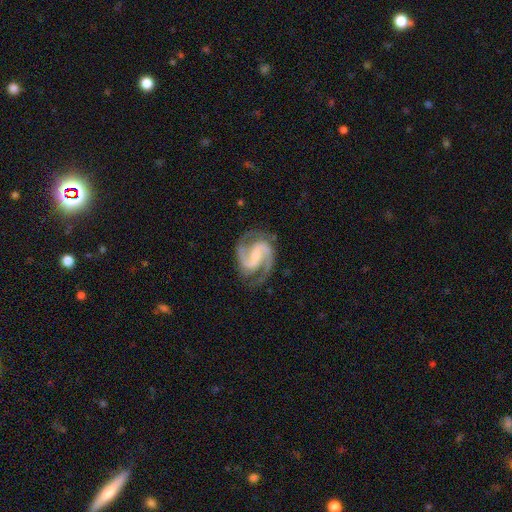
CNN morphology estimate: A featured or disk galaxy (93%) with a weak bar (44%), 2 (93%) medium (61%) spiral arms (98%) and a small central bulge (47%). Merging: none (79%).